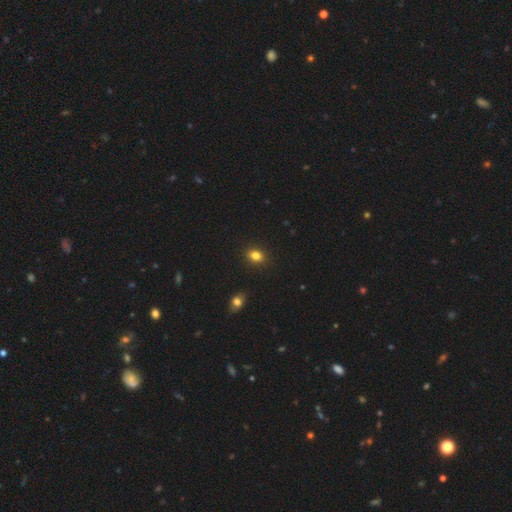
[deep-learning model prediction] A smooth galaxy with no disk features (83%) that is in between round and cigar-shaped (63%).

Vote fractions:
- Smooth or featured? smooth: 83% / star or artifact: 11% / featured or disk: 6%
- How rounded? in between: 63% / round: 36% / cigar-shaped: 1%
- Merging? none: 89% / minor disturbance: 7% / major disturbance: 2% / merger: 1%